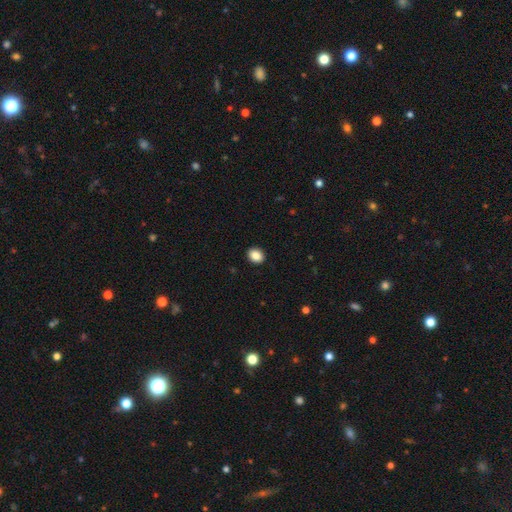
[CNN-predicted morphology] Smooth or featured?
  - smooth: 88% *
  - star or artifact: 8%
  - featured or disk: 4%
How rounded?
  - in between: 51% *
  - round: 48%
  - cigar-shaped: 1%
Merging?
  - none: 92% *
  - minor disturbance: 6%
  - major disturbance: 2%
  - merger: 1%